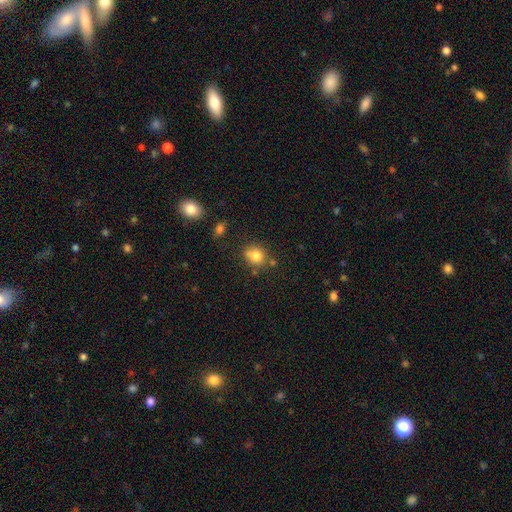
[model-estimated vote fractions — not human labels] This is clearly a smooth galaxy (80%). How rounded: likely round (66%). Merging: likely none (64%).